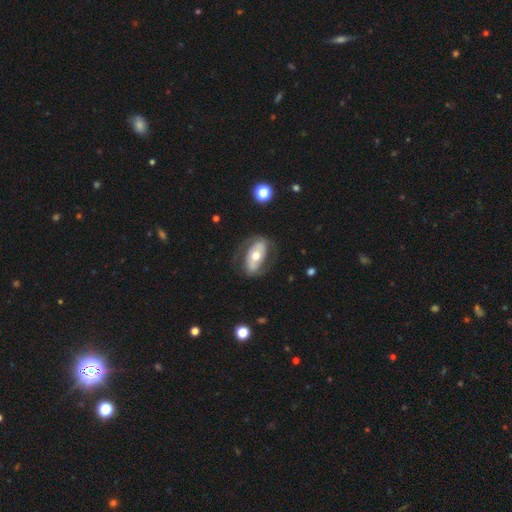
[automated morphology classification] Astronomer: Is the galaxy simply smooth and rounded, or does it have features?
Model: featured or disk — 63%.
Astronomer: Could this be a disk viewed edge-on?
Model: no — 92%.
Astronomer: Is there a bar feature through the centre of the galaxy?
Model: no — 58%.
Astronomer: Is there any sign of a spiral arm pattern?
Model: yes — 56% (runner-up: no, 44%).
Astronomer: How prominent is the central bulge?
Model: moderate — 72%.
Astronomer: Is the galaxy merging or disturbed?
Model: none — 69%.